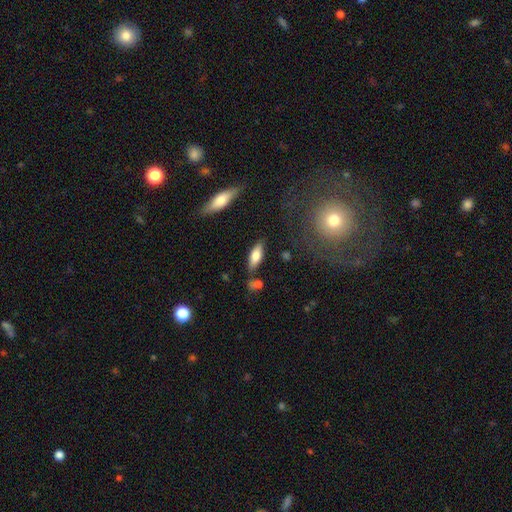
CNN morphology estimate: type=smooth (72%); roundness=in between (66%); merging=none (78%).